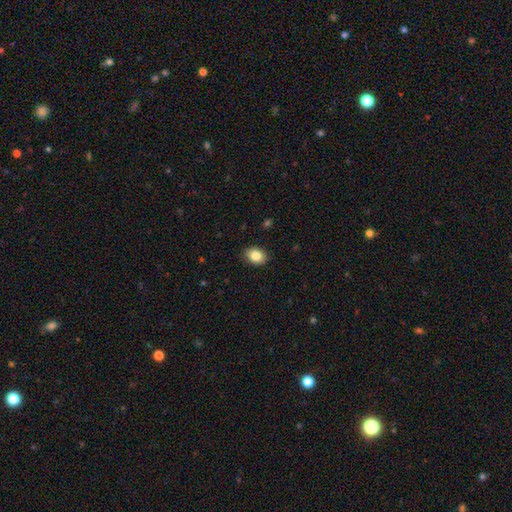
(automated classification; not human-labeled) A smooth galaxy with no disk features (85%) that is in between round and cigar-shaped (70%).

Vote fractions:
- Smooth or featured? smooth: 85% / star or artifact: 9% / featured or disk: 7%
- How rounded? in between: 70% / round: 29% / cigar-shaped: 1%
- Merging? none: 89% / minor disturbance: 8% / major disturbance: 2% / merger: 1%